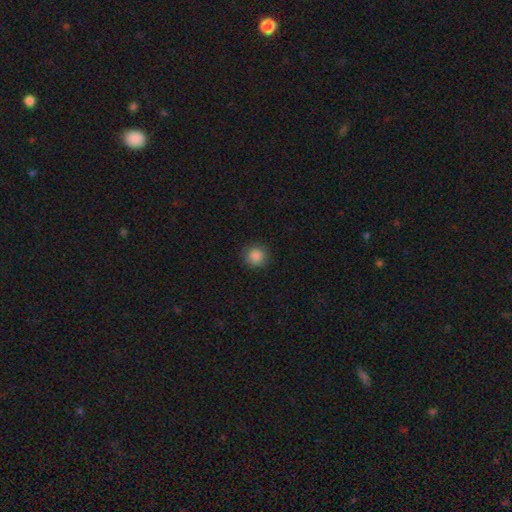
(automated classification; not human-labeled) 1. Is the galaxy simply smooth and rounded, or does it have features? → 87% smooth, 10% star or artifact, 3% featured or disk.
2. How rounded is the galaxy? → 92% round, 7% in between, 1% cigar-shaped.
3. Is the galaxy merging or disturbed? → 90% none, 7% minor disturbance, 2% major disturbance, 1% merger.